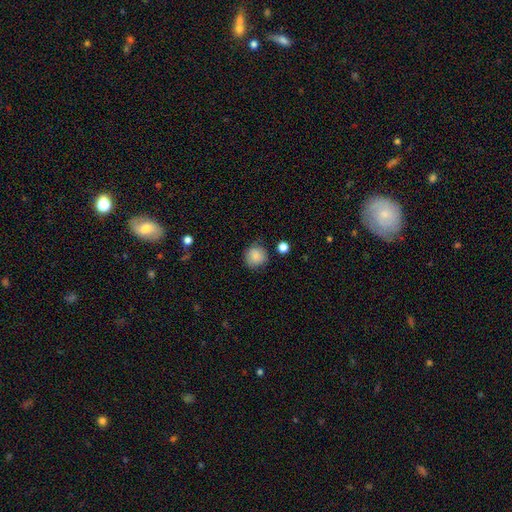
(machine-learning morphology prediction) smooth_or_featured: smooth (p=0.85) [alt: star or artifact p=0.09]
how_rounded: round (p=0.91) [alt: in between p=0.08]
merging: none (p=0.80) [alt: minor disturbance p=0.14]